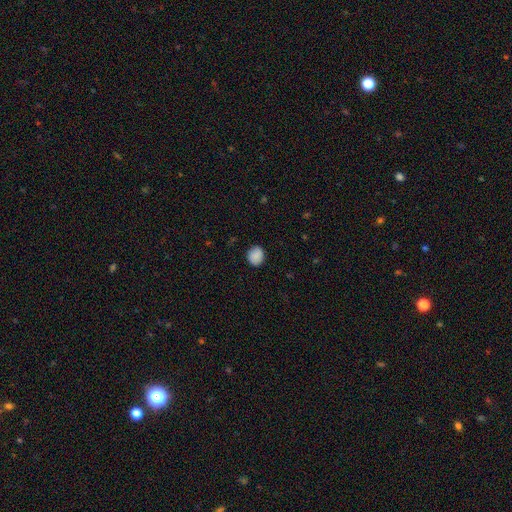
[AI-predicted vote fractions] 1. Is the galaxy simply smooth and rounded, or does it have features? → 88% smooth, 8% star or artifact, 4% featured or disk.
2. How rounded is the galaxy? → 70% round, 29% in between, 1% cigar-shaped.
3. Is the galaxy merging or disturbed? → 85% none, 11% minor disturbance, 2% major disturbance, 1% merger.